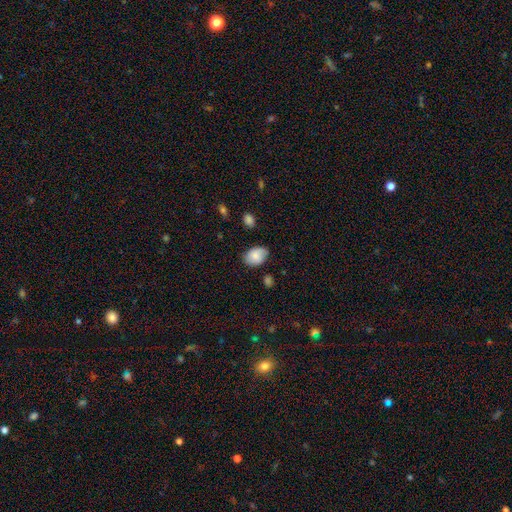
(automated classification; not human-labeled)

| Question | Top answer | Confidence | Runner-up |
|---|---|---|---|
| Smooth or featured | smooth | 79% | featured or disk (14%) |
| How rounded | in between | 82% | round (17%) |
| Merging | none | 73% | minor disturbance (21%) |